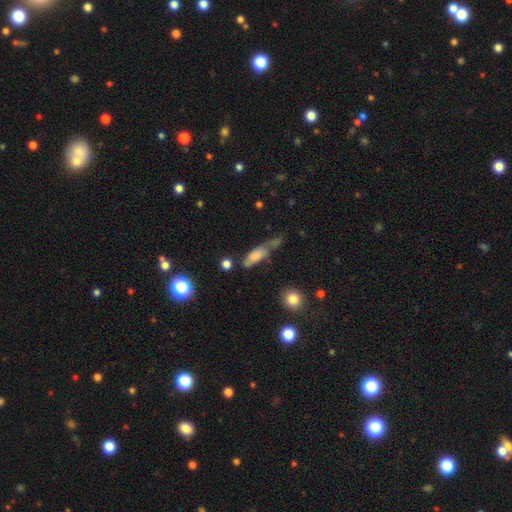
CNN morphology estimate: type=smooth (68%); roundness=in between (58%); merging=minor disturbance (30%).